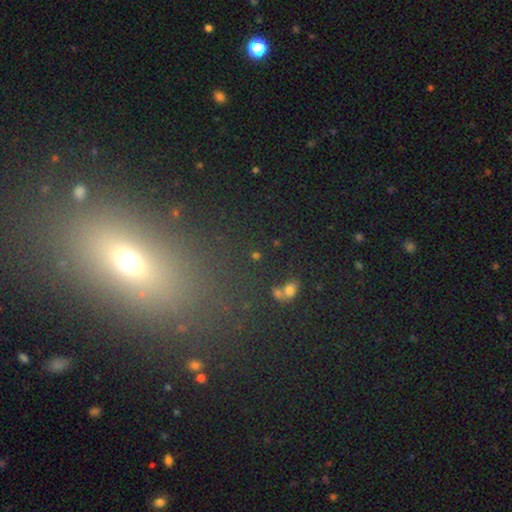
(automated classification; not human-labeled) This appears to be a smooth galaxy with no disk features (53%) that is in between round and cigar-shaped (50%). Merging: none (65%).